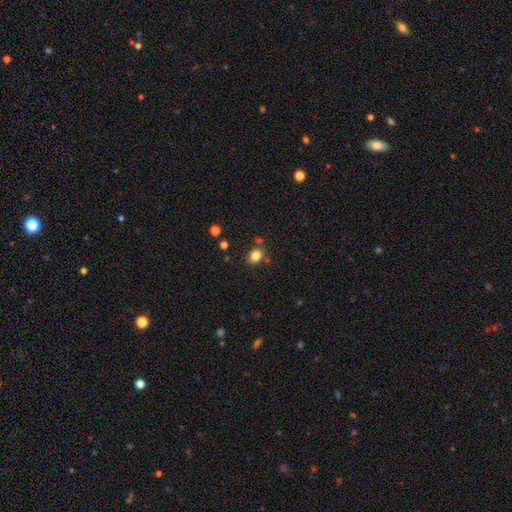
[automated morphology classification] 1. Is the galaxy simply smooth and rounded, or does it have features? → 82% smooth, 11% star or artifact, 7% featured or disk.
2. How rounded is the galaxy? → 63% in between, 36% round, 1% cigar-shaped.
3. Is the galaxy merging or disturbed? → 76% none, 14% minor disturbance, 7% merger, 4% major disturbance.